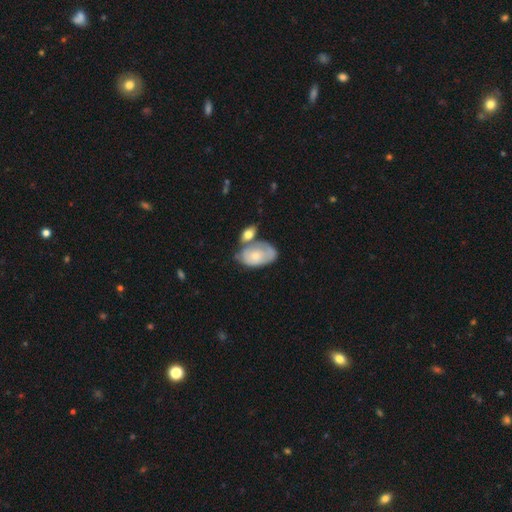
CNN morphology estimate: A smooth galaxy with no disk features (57%) that is in between round and cigar-shaped (90%).

Vote fractions:
- Smooth or featured? smooth: 57% / featured or disk: 37% / star or artifact: 6%
- How rounded? in between: 90% / round: 9% / cigar-shaped: 2%
- Merging? merger: 35% / none: 32% / minor disturbance: 22% / major disturbance: 11%